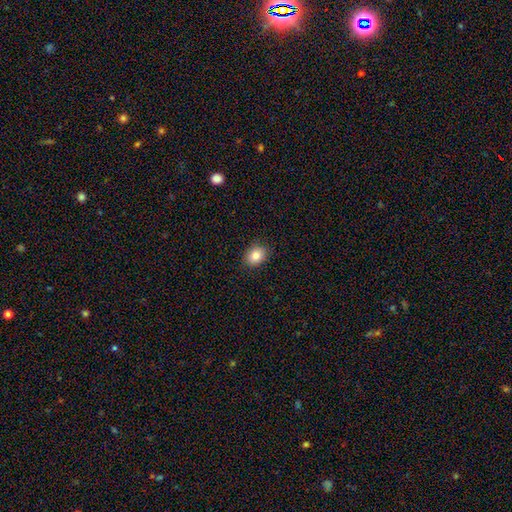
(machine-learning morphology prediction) This is clearly a smooth galaxy (84%). How rounded: possibly in between (54%). Merging: clearly none (88%).